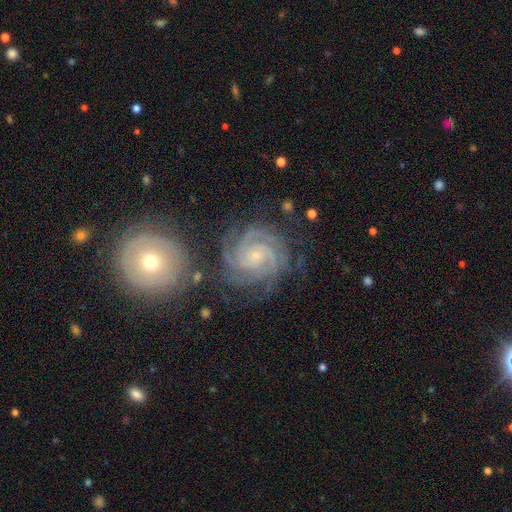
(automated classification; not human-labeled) Smooth or featured?
  - featured or disk: 90% *
  - star or artifact: 6%
  - smooth: 4%
Edge-on disk?
  - no: 98% *
  - yes: 2%
Bar?
  - no: 67% *
  - weak: 24%
  - strong: 8%
Spiral arms?
  - yes: 99% *
  - no: 1%
Spiral winding?
  - tight: 78% *
  - medium: 20%
  - loose: 2%
Spiral arm count?
  - 3: 34% *
  - 4: 28%
  - 2: 14%
  - can't tell: 11%
  - more than 4: 7%
  - 1: 6%
Bulge size?
  - small: 78% *
  - moderate: 16%
  - none: 3%
  - large: 1%
  - dominant: 1%
Merging?
  - none: 73% *
  - minor disturbance: 15%
  - major disturbance: 6%
  - merger: 5%